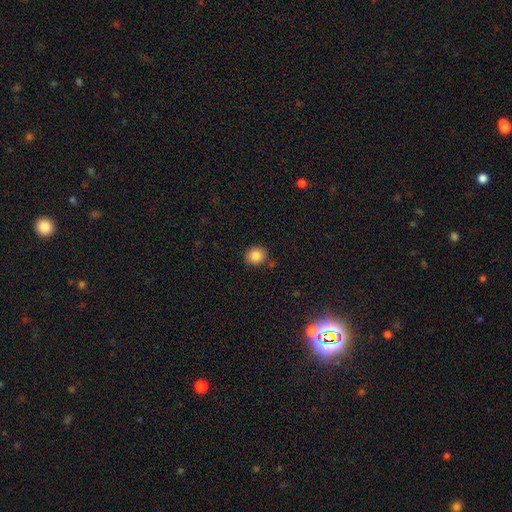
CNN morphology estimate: Overall: smooth (85%). How rounded: round (81%). Merging: none (83%).